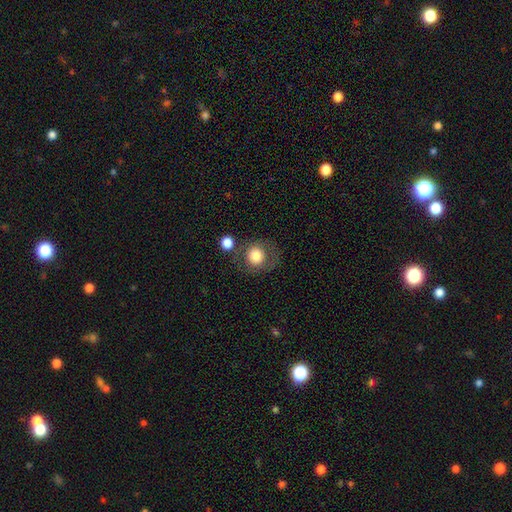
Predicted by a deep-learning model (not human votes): smooth_or_featured: smooth (p=0.75) [alt: featured or disk p=0.15]
how_rounded: round (p=0.86) [alt: in between p=0.13]
merging: none (p=0.67) [alt: minor disturbance p=0.15]